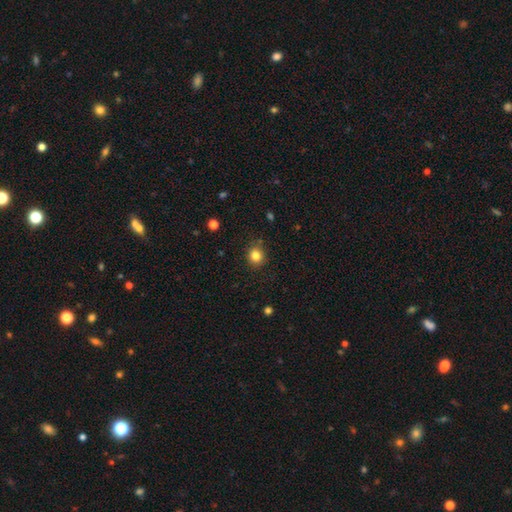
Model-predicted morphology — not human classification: smooth-or-featured: smooth: 83% | star or artifact: 12% | featured or disk: 5%
  how-rounded: round: 83% | in between: 16% | cigar-shaped: 1%
  merging: none: 84% | minor disturbance: 11% | major disturbance: 3% | merger: 2%